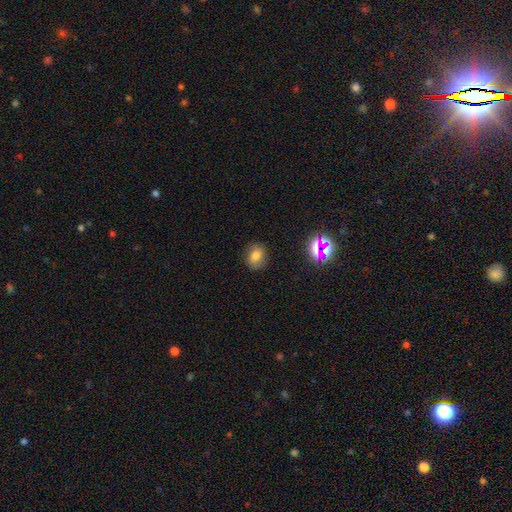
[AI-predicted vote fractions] This is likely a smooth galaxy (74%). How rounded: possibly in between (52%). Merging: clearly none (84%).